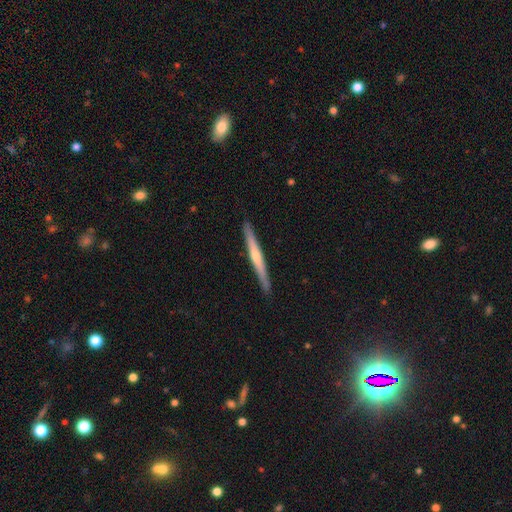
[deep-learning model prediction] This appears to be a featured or disk galaxy (70%) viewed edge-on (97%) with a rounded central bulge (74%). Merging: none (90%).